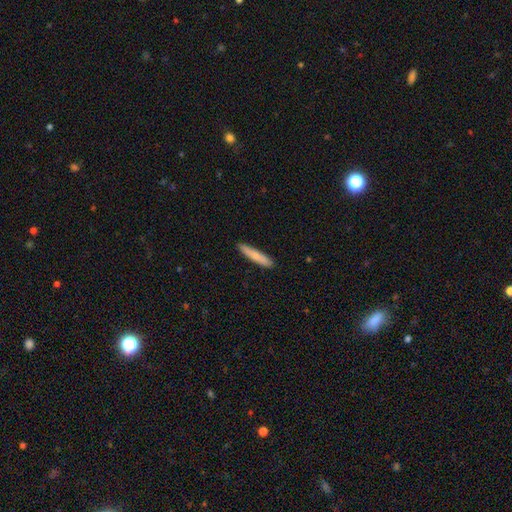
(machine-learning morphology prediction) Q: Smooth or featured?
A: smooth (79%); runner-up: featured or disk (15%)
Q: How rounded?
A: cigar-shaped (92%); runner-up: in between (7%)
Q: Merging?
A: none (90%); runner-up: minor disturbance (7%)